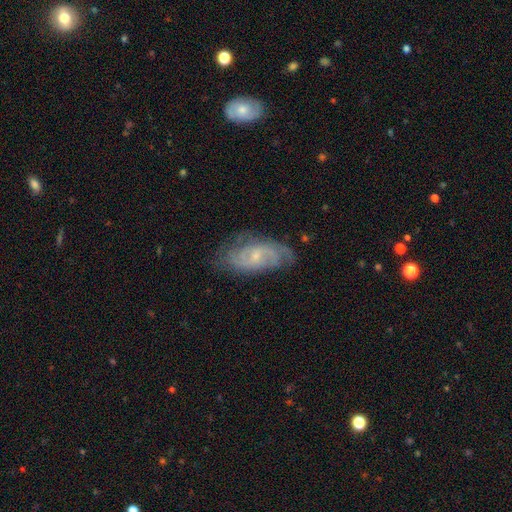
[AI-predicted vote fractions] smooth-or-featured: featured or disk: 77% | smooth: 16% | star or artifact: 7%
  disk-edge-on: no: 94% | yes: 6%
    bar: no: 49% | weak: 44% | strong: 7%
    has-spiral-arms: yes: 93% | no: 7%
      spiral-winding: tight: 45% | medium: 41% | loose: 14%
      spiral-arm-count: 2: 45% | can't tell: 29% | 3: 13% | 4: 5% | 1: 4% | more than 4: 3%
    bulge-size: small: 66% | moderate: 26% | none: 6% | large: 1% | dominant: 1%
  merging: none: 72% | minor disturbance: 20% | major disturbance: 7% | merger: 1%